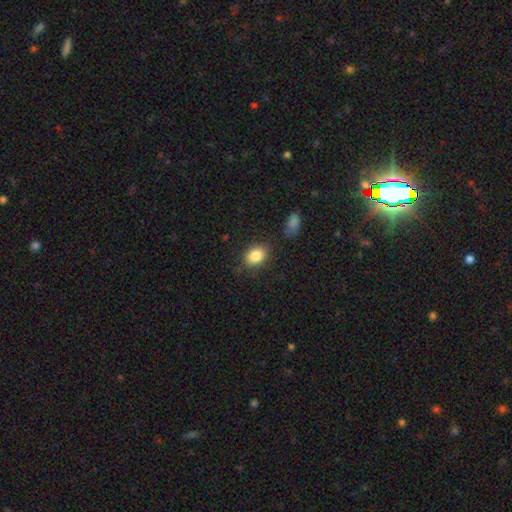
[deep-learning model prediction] The model was most divided on "how rounded": in between: 72%, round: 27%, cigar-shaped: 1%. More confident: smooth or featured — smooth (85%); merging — none (80%).